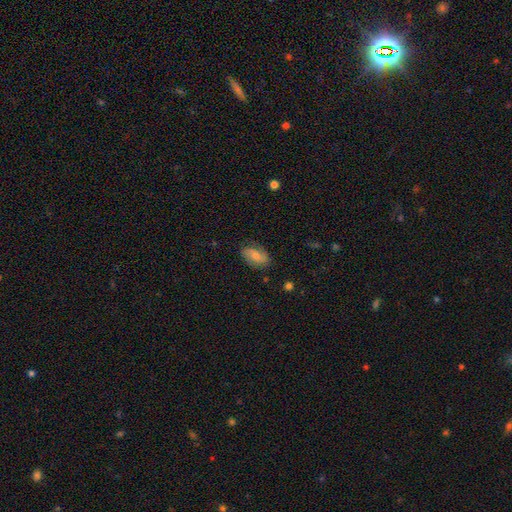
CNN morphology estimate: A smooth galaxy with no disk features (67%) that is in between round and cigar-shaped (90%).

Vote fractions:
- Smooth or featured? smooth: 67% / featured or disk: 26% / star or artifact: 7%
- How rounded? in between: 90% / round: 6% / cigar-shaped: 4%
- Merging? none: 78% / minor disturbance: 17% / major disturbance: 4% / merger: 1%